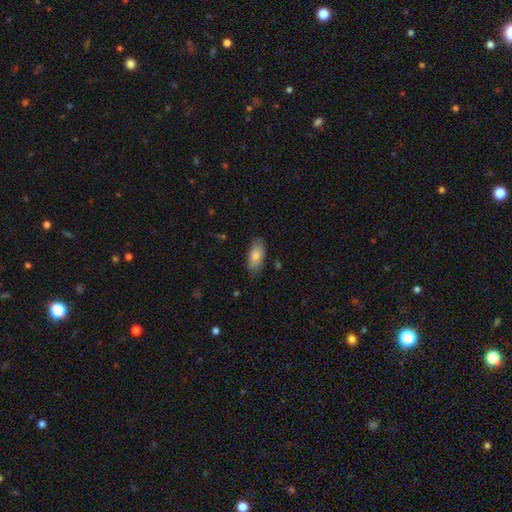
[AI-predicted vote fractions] smooth 78%, featured or disk 15%, star or artifact 7%. Down the decision tree: how rounded — in between (89%); merging — none (75%).